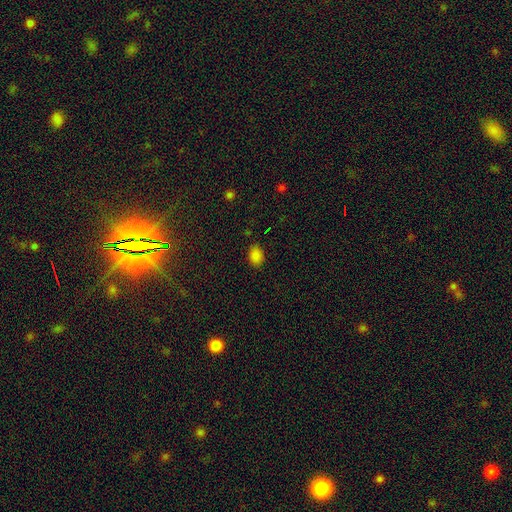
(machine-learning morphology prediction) A smooth galaxy with no disk features (83%) that is in between round and cigar-shaped (71%).

Vote fractions:
- Smooth or featured? smooth: 83% / star or artifact: 13% / featured or disk: 4%
- How rounded? in between: 71% / round: 28% / cigar-shaped: 1%
- Merging? none: 83% / minor disturbance: 12% / major disturbance: 3% / merger: 1%